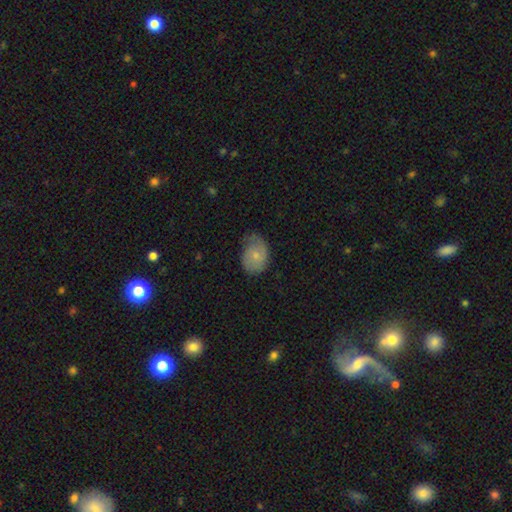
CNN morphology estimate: smooth_or_featured: smooth (p=0.61) [alt: featured or disk p=0.32]
how_rounded: in between (p=0.68) [alt: round p=0.31]
merging: none (p=0.48) [alt: minor disturbance p=0.38]